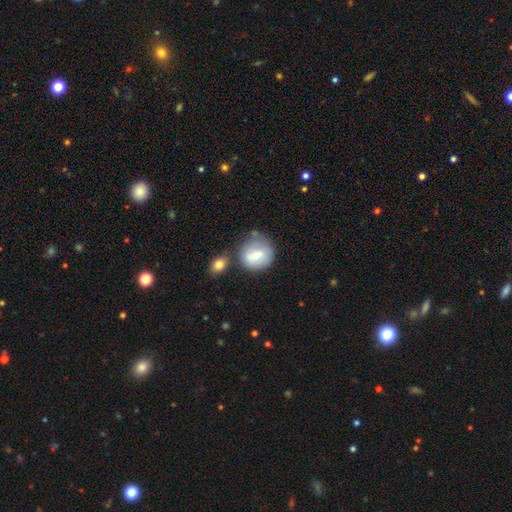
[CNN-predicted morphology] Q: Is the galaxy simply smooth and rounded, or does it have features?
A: smooth — 69%.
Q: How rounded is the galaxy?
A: round — 75%.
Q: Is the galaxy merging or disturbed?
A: none — 54%.